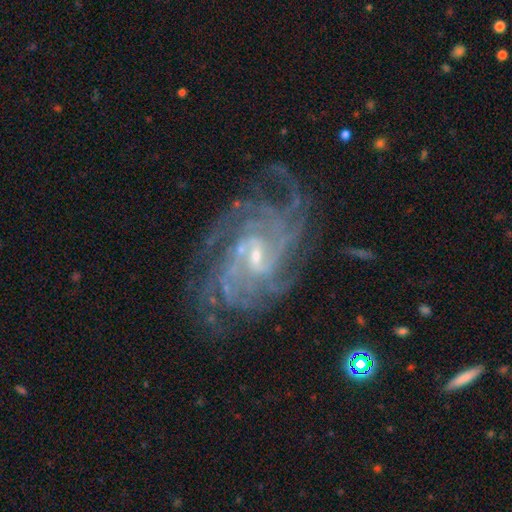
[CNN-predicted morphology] smooth-or-featured: featured or disk: 91% | star or artifact: 6% | smooth: 3%
  disk-edge-on: no: 98% | yes: 2%
    bar: weak: 54% | no: 26% | strong: 20%
    has-spiral-arms: yes: 98% | no: 2%
      spiral-winding: tight: 67% | medium: 28% | loose: 5%
      spiral-arm-count: 4: 27% | more than 4: 23% | can't tell: 19% | 3: 13% | 2: 10% | 1: 9%
    bulge-size: small: 69% | moderate: 25% | none: 3% | large: 2% | dominant: 1%
  merging: none: 77% | minor disturbance: 15% | major disturbance: 7% | merger: 1%